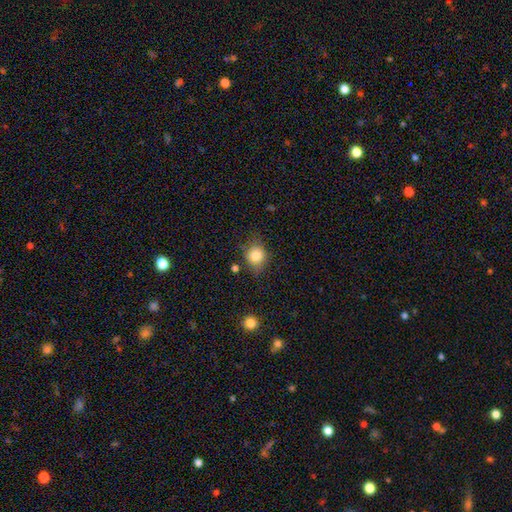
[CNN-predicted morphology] Q: Smooth or featured?
A: smooth (82%); runner-up: star or artifact (10%)
Q: How rounded?
A: round (69%); runner-up: in between (30%)
Q: Merging?
A: none (71%); runner-up: minor disturbance (20%)